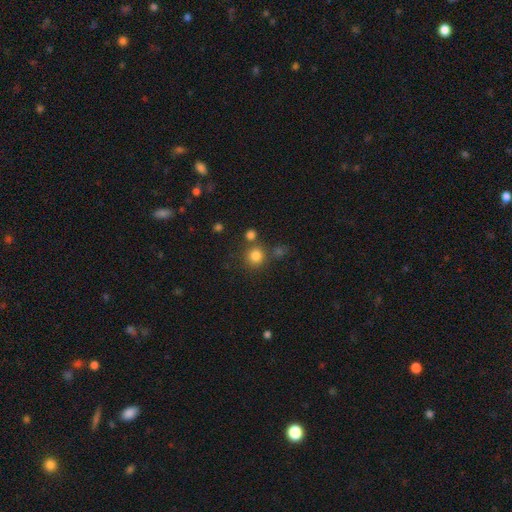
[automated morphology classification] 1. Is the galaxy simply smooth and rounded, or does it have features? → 81% smooth, 13% star or artifact, 6% featured or disk.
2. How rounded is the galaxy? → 91% round, 8% in between, 1% cigar-shaped.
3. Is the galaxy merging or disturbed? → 74% none, 14% merger, 9% minor disturbance, 4% major disturbance.